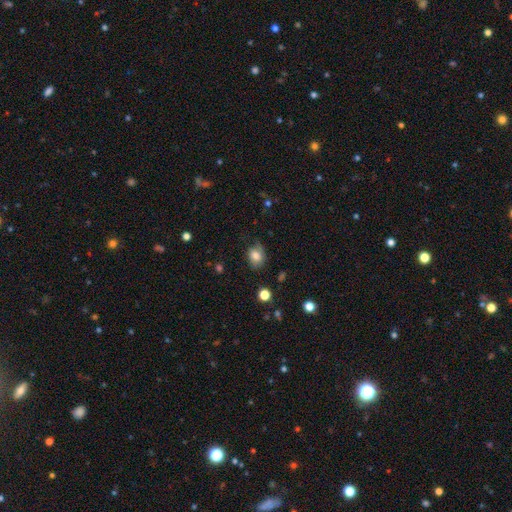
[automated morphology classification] Overall: smooth (77%). How rounded: in between (59%; round 40%). Merging: none (66%).